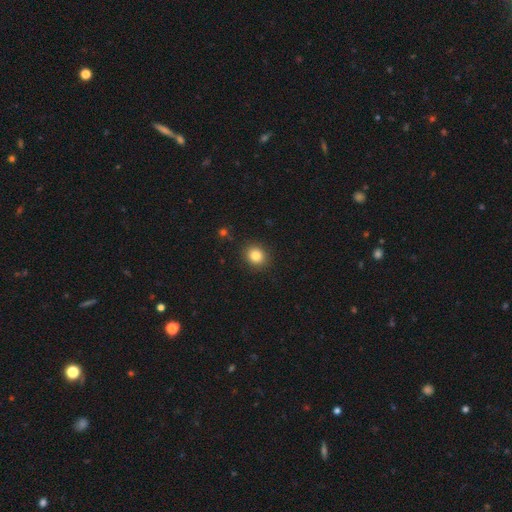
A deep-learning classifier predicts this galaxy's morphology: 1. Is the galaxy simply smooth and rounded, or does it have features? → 83% smooth, 11% star or artifact, 6% featured or disk.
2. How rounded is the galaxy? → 77% round, 22% in between, 1% cigar-shaped.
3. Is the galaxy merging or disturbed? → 90% none, 7% minor disturbance, 2% major disturbance, 1% merger.